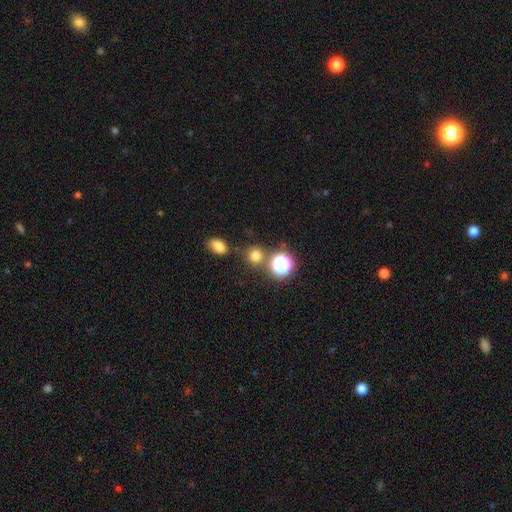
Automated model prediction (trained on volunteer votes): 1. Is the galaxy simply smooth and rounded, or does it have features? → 73% smooth, 21% star or artifact, 6% featured or disk.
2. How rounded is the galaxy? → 86% round, 13% in between, 1% cigar-shaped.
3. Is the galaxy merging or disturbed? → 78% none, 10% merger, 9% minor disturbance, 3% major disturbance.